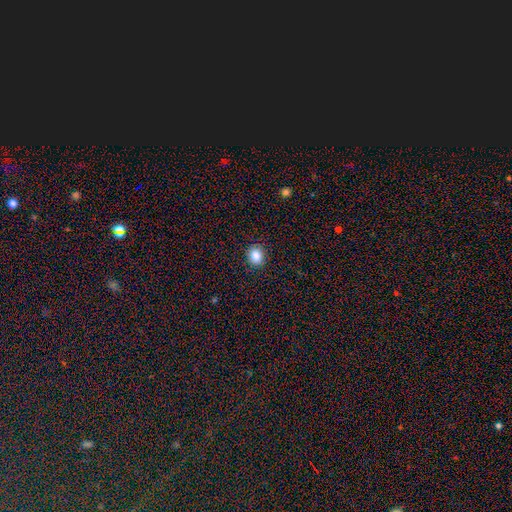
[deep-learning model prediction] Morphology: type=smooth (86%); roundness=round (67%); merging=none (90%).